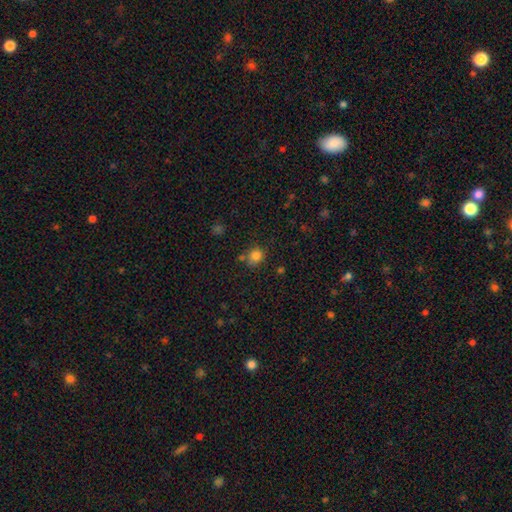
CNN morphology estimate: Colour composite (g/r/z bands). It shows a smooth galaxy with no disk features (81%) that is round (78%). Merging: none (67%).